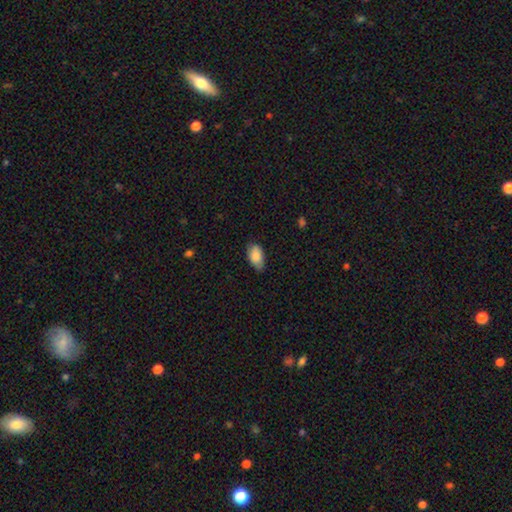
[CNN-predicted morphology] Smooth or featured: smooth — 84% (featured or disk — 9%)
How rounded: in between — 94% (round — 4%)
Merging: none — 71% (minor disturbance — 25%)